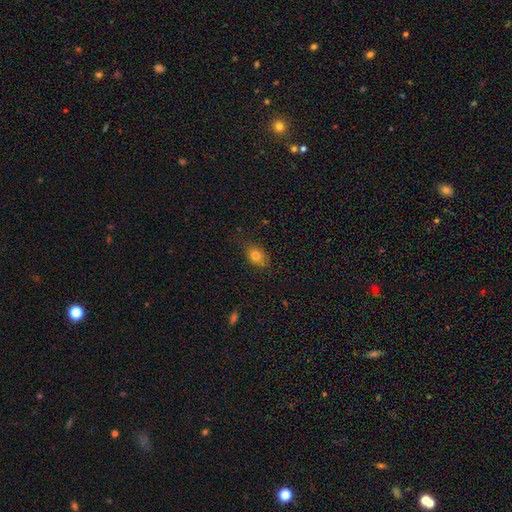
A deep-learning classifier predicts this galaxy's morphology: The model was most divided on "how rounded": in between: 59%, round: 39%, cigar-shaped: 2%. More confident: smooth or featured — smooth (78%); merging — none (72%).